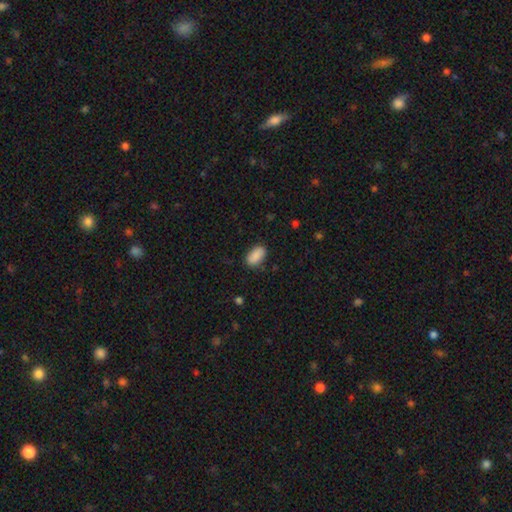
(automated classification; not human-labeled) Smooth or featured? Predicted: smooth (p=0.89). How rounded? Predicted: in between (p=0.93). Merging? Predicted: none (p=0.84).